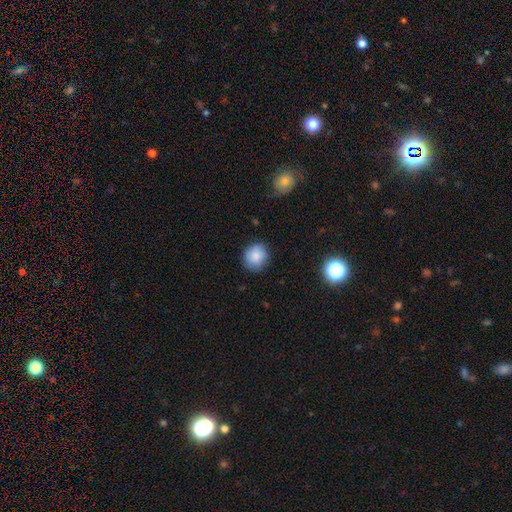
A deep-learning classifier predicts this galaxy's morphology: smooth 83%, featured or disk 9%, star or artifact 8%. Down the decision tree: how rounded — round (83%); merging — none (81%).